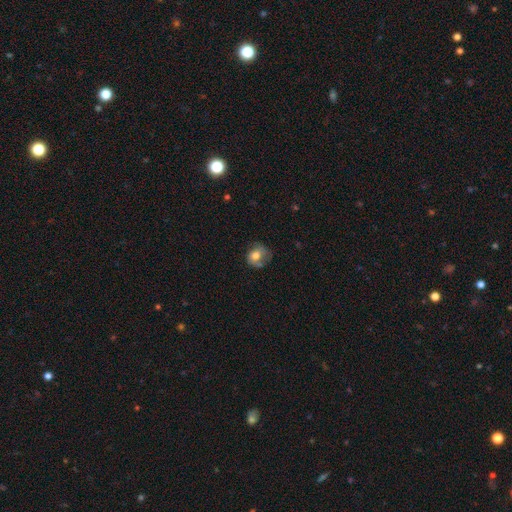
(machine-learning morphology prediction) Smooth or featured? smooth (66%)
How rounded? round (67%)
Merging? none (49%)